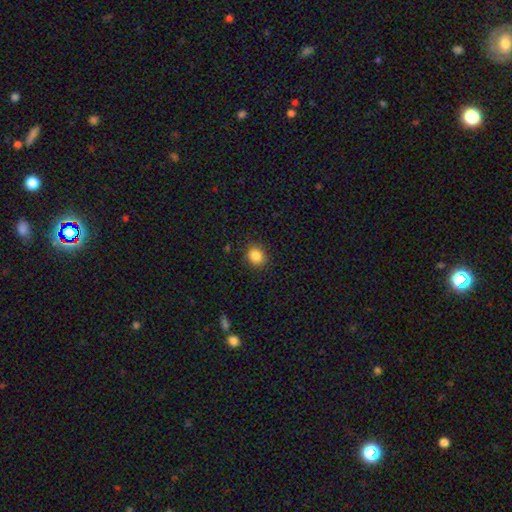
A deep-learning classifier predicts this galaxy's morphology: This appears to be a smooth galaxy with no disk features (86%) that is round (77%). Merging: none (89%).